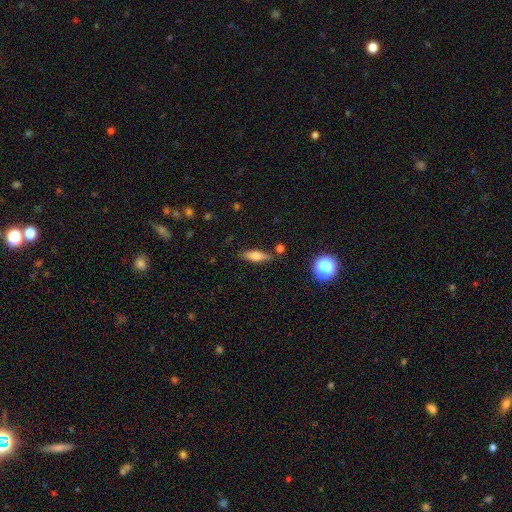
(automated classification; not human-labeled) Smooth or featured?
  - smooth: 64% *
  - featured or disk: 27%
  - star or artifact: 9%
How rounded?
  - cigar-shaped: 52% *
  - in between: 44%
  - round: 4%
Merging?
  - none: 78% *
  - minor disturbance: 14%
  - merger: 5%
  - major disturbance: 3%